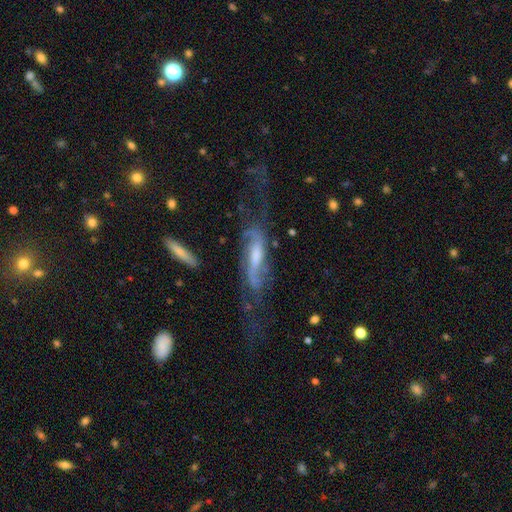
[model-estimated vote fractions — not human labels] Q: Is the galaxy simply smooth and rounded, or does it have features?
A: featured or disk — 79%.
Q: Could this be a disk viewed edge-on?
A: no — 75%.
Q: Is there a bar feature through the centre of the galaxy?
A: weak — 44%.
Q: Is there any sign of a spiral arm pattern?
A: yes — 90%.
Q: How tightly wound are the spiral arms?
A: loose — 55%.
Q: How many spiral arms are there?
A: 2 — 83%.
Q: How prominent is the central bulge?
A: moderate — 44%.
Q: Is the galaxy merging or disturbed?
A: none — 46%.